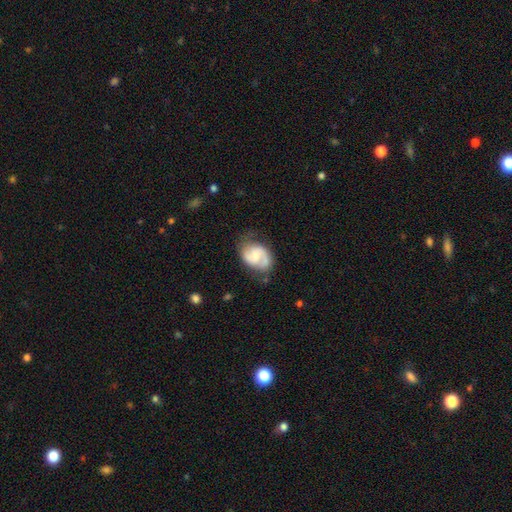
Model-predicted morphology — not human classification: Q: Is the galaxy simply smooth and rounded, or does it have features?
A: featured or disk — 72%.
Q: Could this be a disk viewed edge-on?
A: no — 98%.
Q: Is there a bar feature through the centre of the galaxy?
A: no — 46%.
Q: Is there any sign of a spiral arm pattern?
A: yes — 93%.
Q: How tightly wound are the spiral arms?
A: medium — 51%.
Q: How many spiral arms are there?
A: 2 — 84%.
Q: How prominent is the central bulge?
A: small — 45%.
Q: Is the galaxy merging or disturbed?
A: none — 64%.